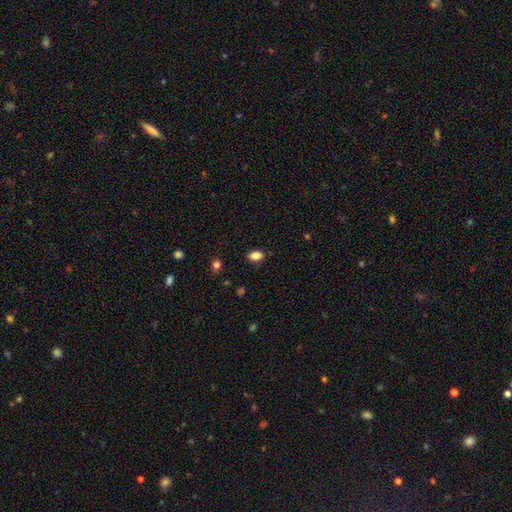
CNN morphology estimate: smooth 85%, star or artifact 9%, featured or disk 6%. Down the decision tree: how rounded — in between (85%); merging — none (86%).